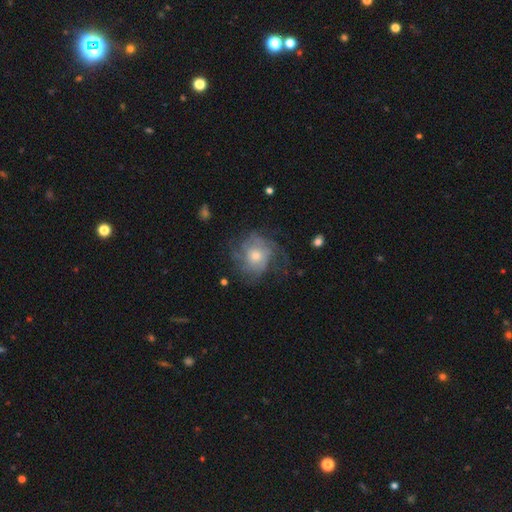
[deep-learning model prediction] smooth-or-featured: featured or disk: 68% | smooth: 23% | star or artifact: 10%
  disk-edge-on: no: 97% | yes: 3%
    bar: no: 81% | weak: 16% | strong: 2%
    has-spiral-arms: yes: 81% | no: 19%
      spiral-winding: tight: 45% | medium: 36% | loose: 19%
      spiral-arm-count: can't tell: 48% | 3: 15% | 4: 13% | 2: 12% | more than 4: 6% | 1: 6%
    bulge-size: moderate: 58% | small: 31% | large: 8% | none: 2% | dominant: 1%
  merging: none: 60% | minor disturbance: 20% | major disturbance: 18% | merger: 1%